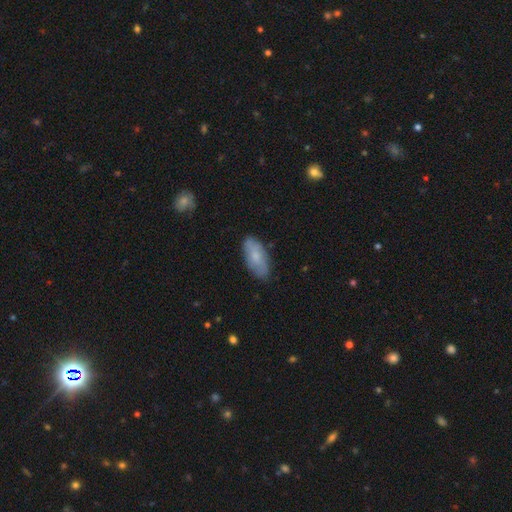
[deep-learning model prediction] Smooth or featured: smooth — 64% (featured or disk — 30%)
How rounded: in between — 88% (cigar-shaped — 9%)
Merging: none — 77% (minor disturbance — 18%)